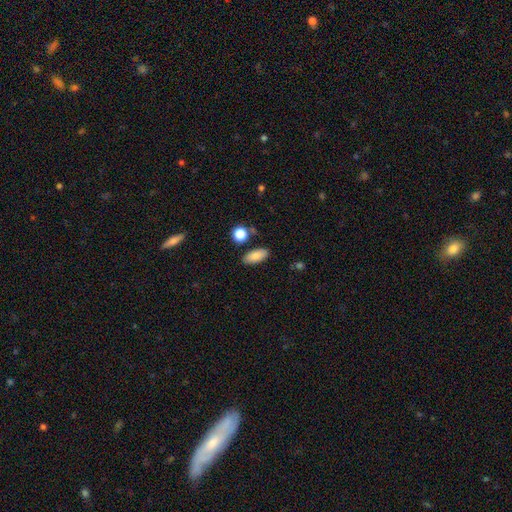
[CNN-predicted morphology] Overall: smooth (86%). How rounded: in between (86%). Merging: none (84%).